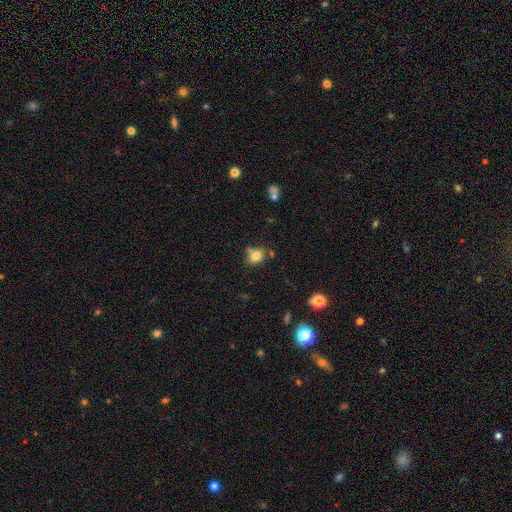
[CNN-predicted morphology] Smooth or featured?
  - smooth: 79% *
  - star or artifact: 12%
  - featured or disk: 9%
How rounded?
  - in between: 50% *
  - round: 49%
  - cigar-shaped: 1%
Merging?
  - none: 63% *
  - minor disturbance: 18%
  - merger: 15%
  - major disturbance: 5%